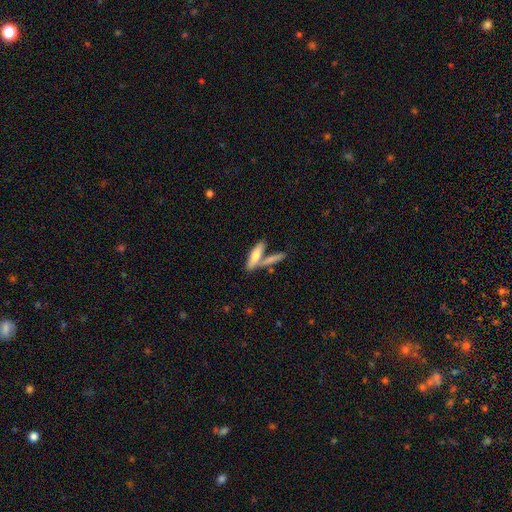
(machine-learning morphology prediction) Smooth or featured? smooth (72%)
How rounded? cigar-shaped (62%)
Merging? none (50%)